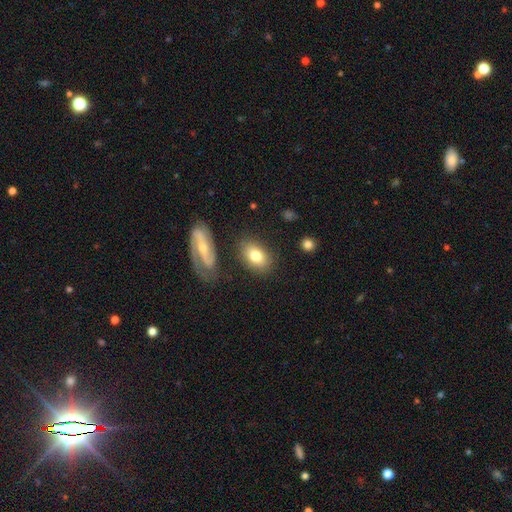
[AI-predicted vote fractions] This appears to be a smooth galaxy with no disk features (75%) that is in between round and cigar-shaped (84%). Merging: none (78%).